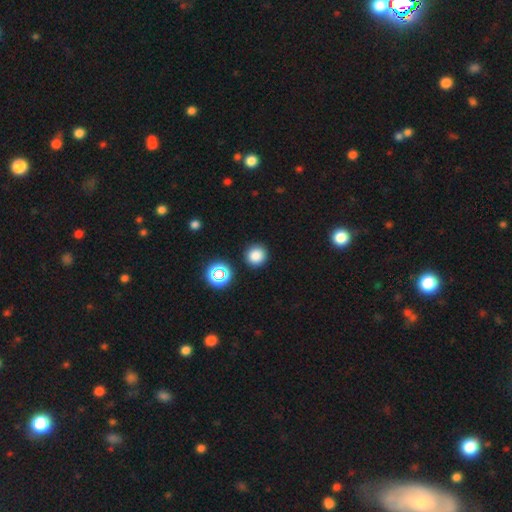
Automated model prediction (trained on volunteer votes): Smooth or featured?
  - smooth: 80% *
  - star or artifact: 16%
  - featured or disk: 5%
How rounded?
  - round: 94% *
  - in between: 5%
  - cigar-shaped: 1%
Merging?
  - none: 90% *
  - minor disturbance: 6%
  - major disturbance: 2%
  - merger: 2%